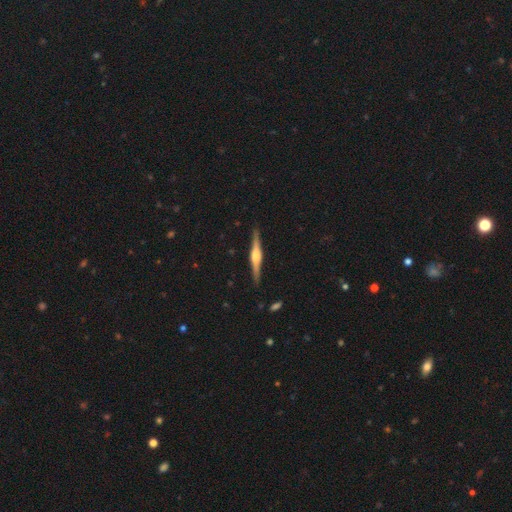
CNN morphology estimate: smooth-or-featured: featured or disk: 79% | smooth: 16% | star or artifact: 5%
  disk-edge-on: yes: 98% | no: 2%
    edge-on-bulge: rounded: 81% | boxy: 15% | none: 4%
  merging: none: 90% | minor disturbance: 7% | major disturbance: 1% | merger: 1%